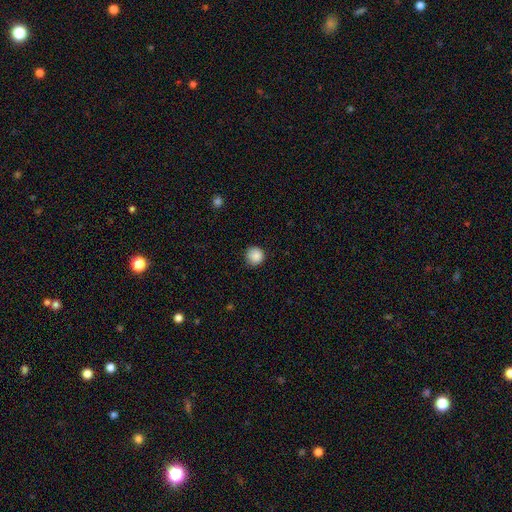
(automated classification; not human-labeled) Overall: smooth (87%). How rounded: round (94%). Merging: none (85%).